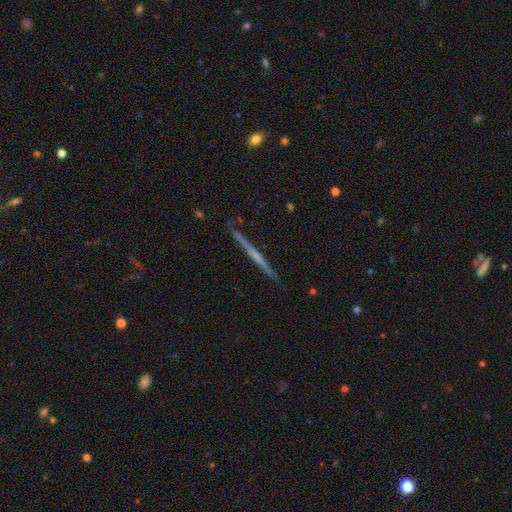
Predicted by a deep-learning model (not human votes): Overall: featured or disk (59%; smooth 36%). Edge-on disk: yes (98%). Edge-on bulge: none (86%). Merging: none (91%).